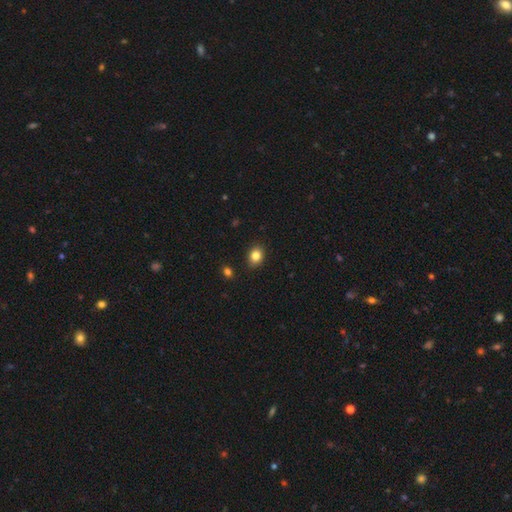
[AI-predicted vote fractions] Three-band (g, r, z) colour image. It shows a smooth galaxy with no disk features (84%) that is round (50%). Merging: none (87%).